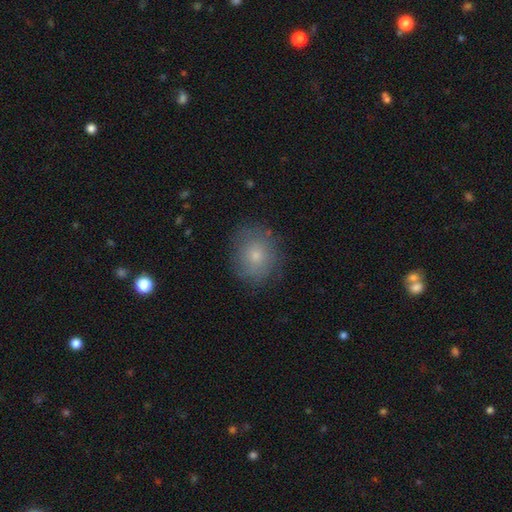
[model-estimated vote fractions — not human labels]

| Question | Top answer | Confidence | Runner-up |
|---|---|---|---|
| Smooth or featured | smooth | 72% | featured or disk (18%) |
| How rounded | round | 73% | in between (26%) |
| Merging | none | 79% | minor disturbance (15%) |